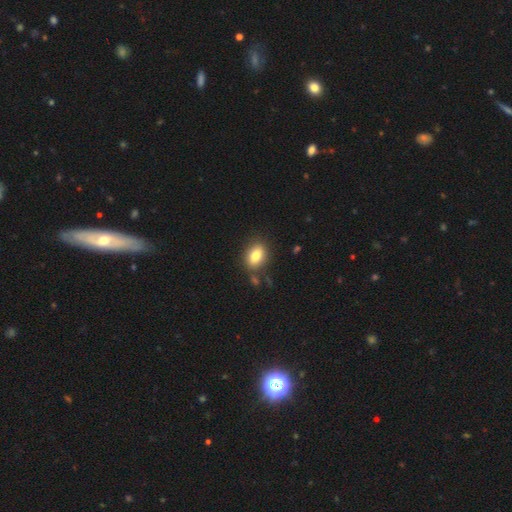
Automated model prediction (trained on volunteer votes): This appears to be a smooth galaxy with no disk features (82%) that is in between round and cigar-shaped (79%). Merging: none (79%).